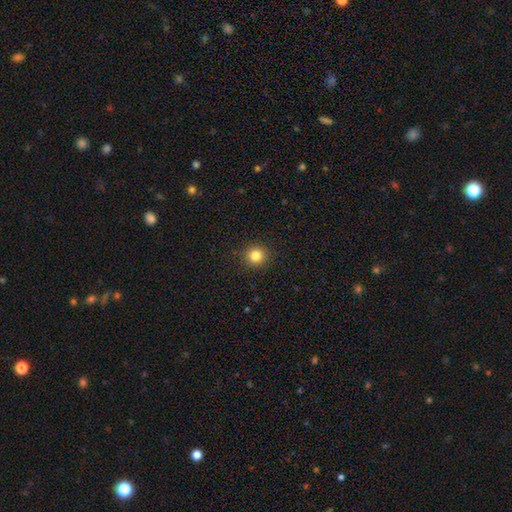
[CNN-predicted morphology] type=smooth (83%); roundness=round (93%); merging=none (92%).